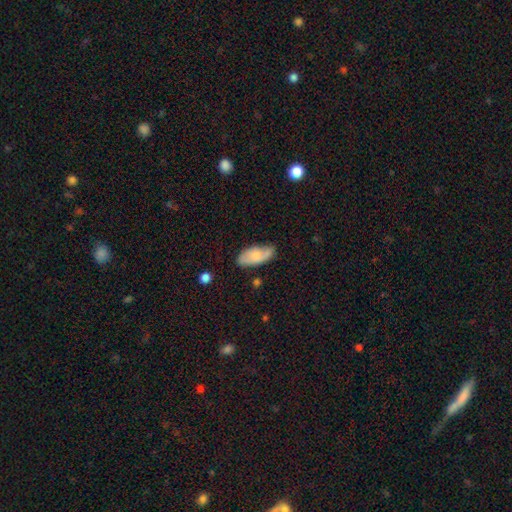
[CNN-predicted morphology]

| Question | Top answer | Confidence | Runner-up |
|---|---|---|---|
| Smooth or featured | smooth | 68% | featured or disk (25%) |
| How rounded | in between | 91% | cigar-shaped (6%) |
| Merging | none | 63% | minor disturbance (26%) |